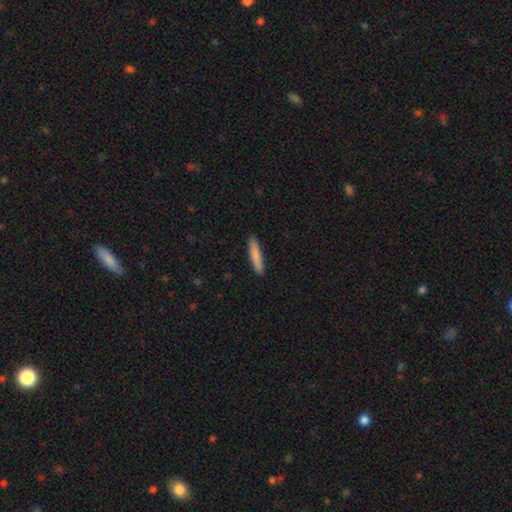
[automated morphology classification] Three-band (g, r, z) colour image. It shows a smooth galaxy with no disk features (84%) that is cigar-shaped (90%). Merging: none (90%).